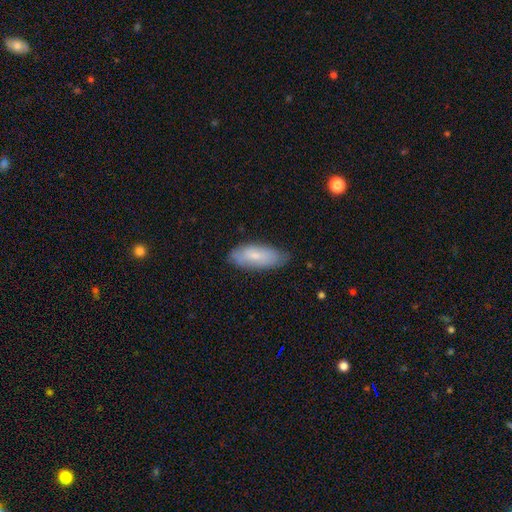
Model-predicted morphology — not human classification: Smooth or featured: smooth — 69% (featured or disk — 25%)
How rounded: in between — 83% (cigar-shaped — 15%)
Merging: none — 75% (minor disturbance — 20%)